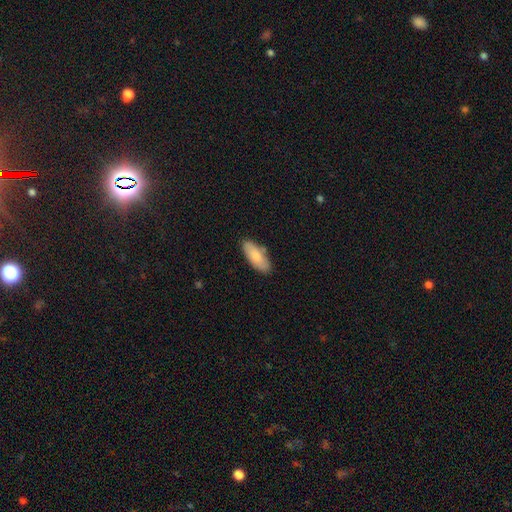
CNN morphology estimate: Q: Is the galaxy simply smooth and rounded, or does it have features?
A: smooth — 82%.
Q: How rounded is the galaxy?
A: in between — 81%.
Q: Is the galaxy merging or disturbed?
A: none — 80%.